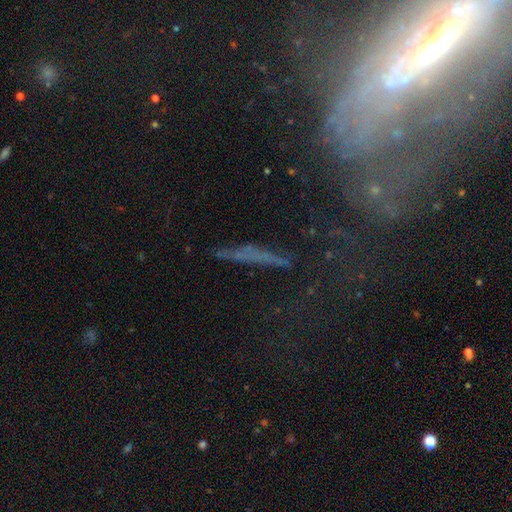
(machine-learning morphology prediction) featured or disk 56%, star or artifact 24%, smooth 20%. Down the decision tree: edge-on disk — no (60%); merging — none (55%).